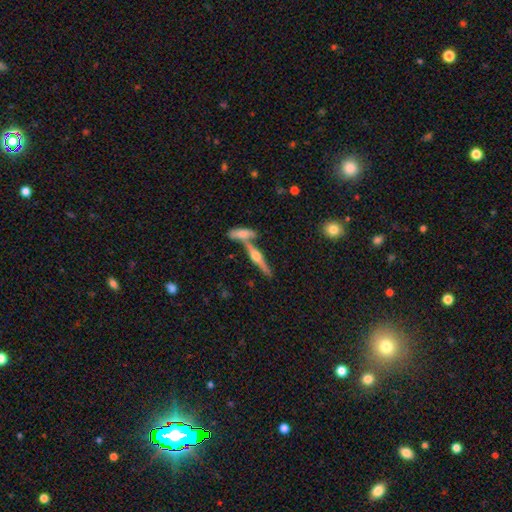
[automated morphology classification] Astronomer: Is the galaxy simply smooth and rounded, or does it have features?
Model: featured or disk — 77%.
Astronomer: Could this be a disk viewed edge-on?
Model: yes — 97%.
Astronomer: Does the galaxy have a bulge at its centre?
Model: rounded — 93%.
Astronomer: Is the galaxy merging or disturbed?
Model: none — 67%.